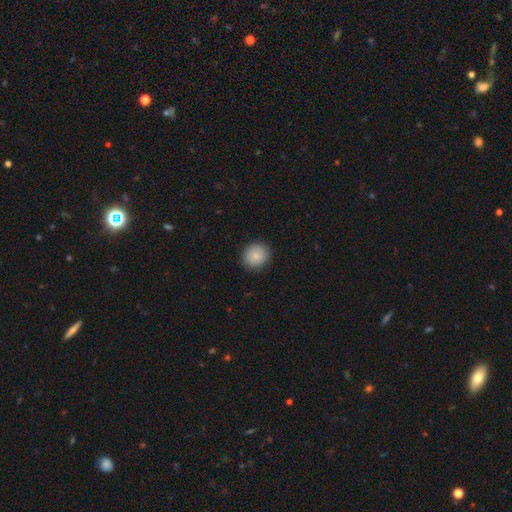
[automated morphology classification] Smooth or featured?
  - smooth: 86% *
  - star or artifact: 8%
  - featured or disk: 6%
How rounded?
  - round: 85% *
  - in between: 14%
  - cigar-shaped: 1%
Merging?
  - none: 88% *
  - minor disturbance: 9%
  - major disturbance: 2%
  - merger: 1%